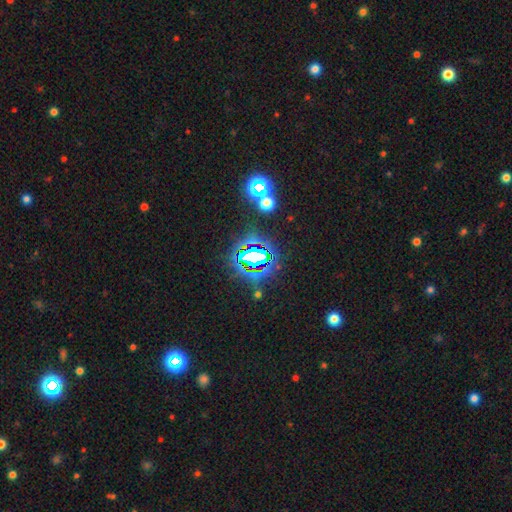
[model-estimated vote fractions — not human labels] This appears to be a star or artifact, not a galaxy (75%).